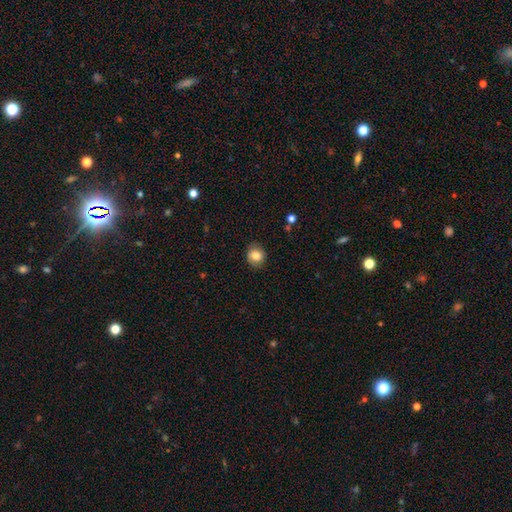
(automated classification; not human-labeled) Smooth or featured? smooth (82%)
How rounded? round (73%)
Merging? none (83%)